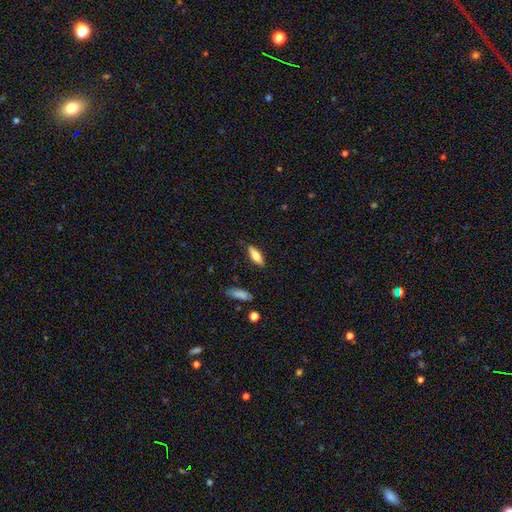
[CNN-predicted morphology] Overall: smooth (74%). How rounded: in between (56%; cigar-shaped 42%). Merging: none (84%).